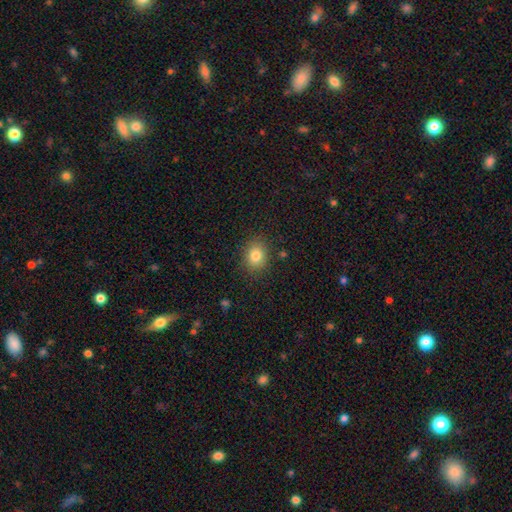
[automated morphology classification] smooth-or-featured: smooth: 82% | star or artifact: 11% | featured or disk: 7%
  how-rounded: round: 54% | in between: 45% | cigar-shaped: 1%
  merging: none: 85% | minor disturbance: 10% | major disturbance: 3% | merger: 2%